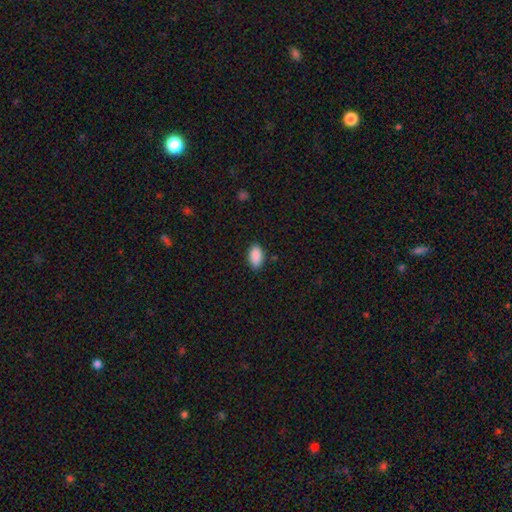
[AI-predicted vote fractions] Smooth or featured? smooth (89%)
How rounded? in between (93%)
Merging? none (84%)